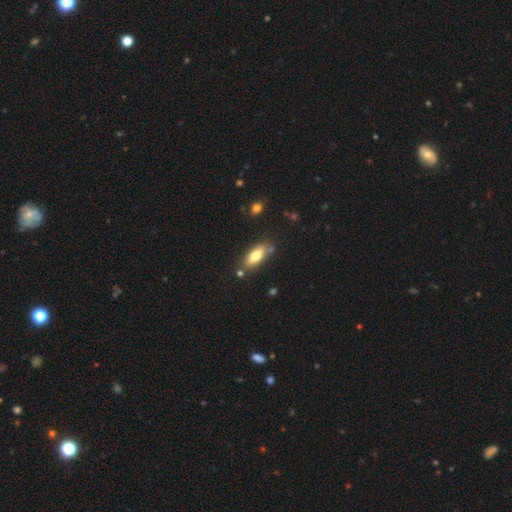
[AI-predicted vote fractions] Smooth or featured: smooth — 79% (featured or disk — 14%)
How rounded: in between — 79% (cigar-shaped — 19%)
Merging: none — 75% (minor disturbance — 15%)